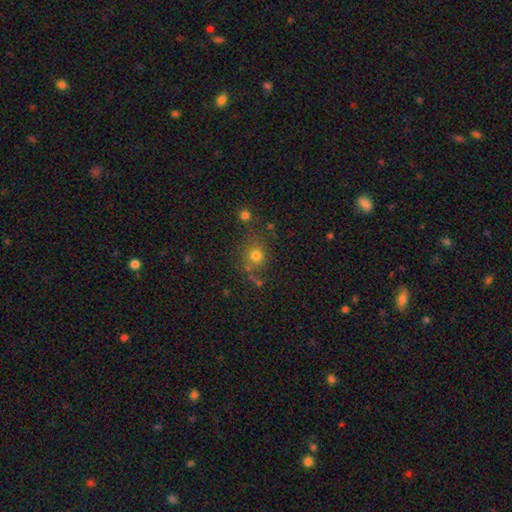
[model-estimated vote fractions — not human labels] Morphology: type=smooth (74%); roundness=round (83%); merging=none (68%).